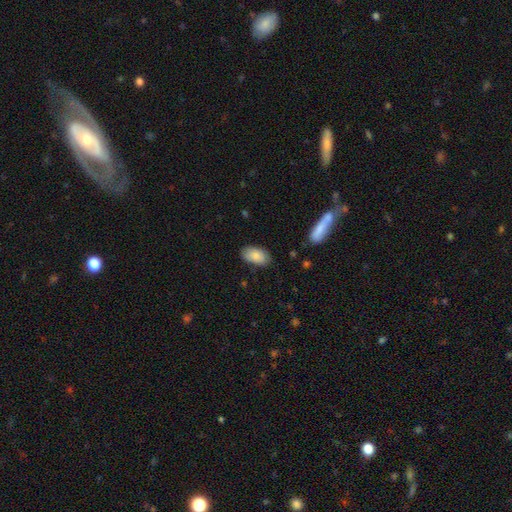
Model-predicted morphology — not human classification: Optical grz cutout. It shows a smooth galaxy with no disk features (86%) that is in between round and cigar-shaped (95%). Merging: none (83%).